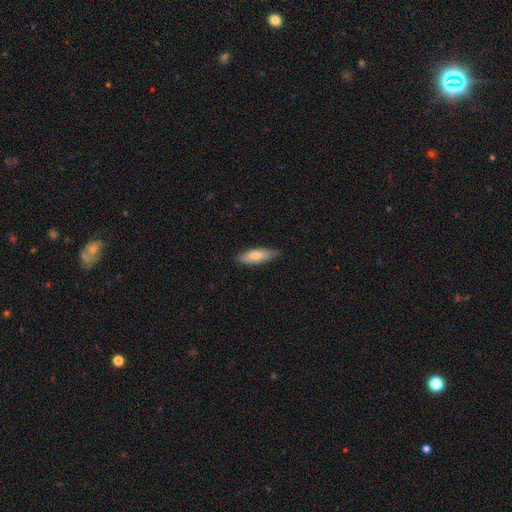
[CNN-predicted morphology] This is likely a smooth galaxy (76%). How rounded: likely in between (63%). Merging: likely none (78%).